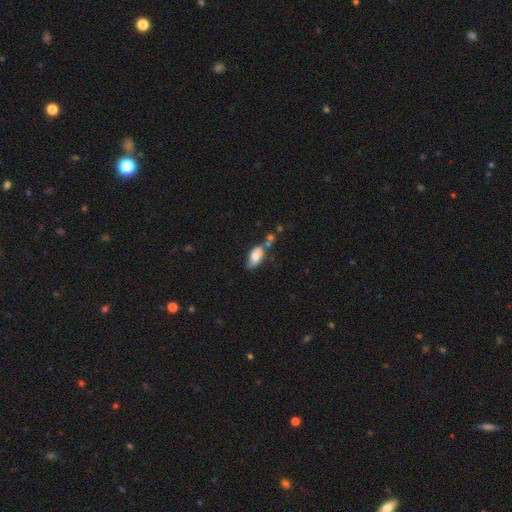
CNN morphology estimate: The model was most divided on "merging": none: 51%, minor disturbance: 26%, merger: 14%, major disturbance: 8%. More confident: how rounded — in between (91%); smooth or featured — smooth (61%).